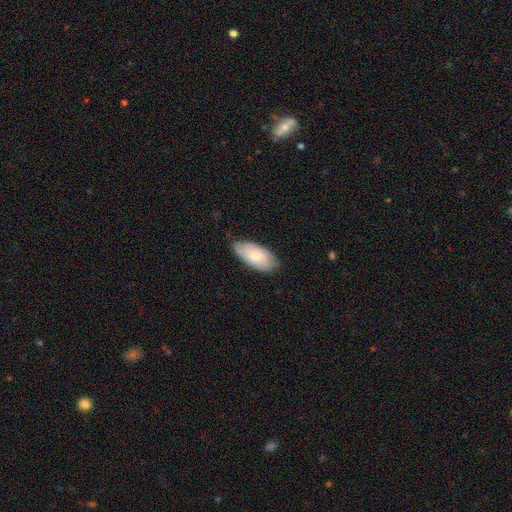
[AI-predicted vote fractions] This is likely a smooth galaxy (64%). How rounded: clearly in between (92%). Merging: likely none (73%).